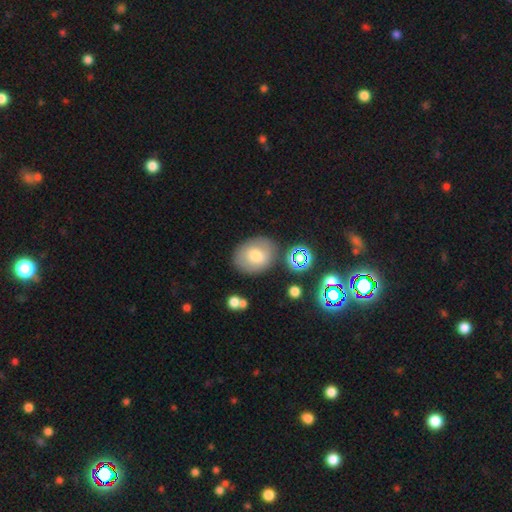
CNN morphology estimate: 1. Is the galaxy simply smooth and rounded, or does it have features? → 69% smooth, 22% featured or disk, 10% star or artifact.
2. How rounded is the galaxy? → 55% in between, 44% round, 1% cigar-shaped.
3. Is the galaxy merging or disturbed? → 77% none, 13% minor disturbance, 6% merger, 4% major disturbance.